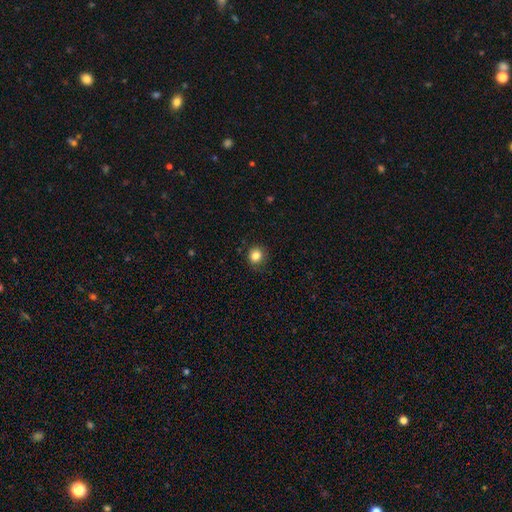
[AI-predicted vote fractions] A smooth galaxy with no disk features (83%) that is round (89%).

Vote fractions:
- Smooth or featured? smooth: 83% / star or artifact: 12% / featured or disk: 5%
- How rounded? round: 89% / in between: 10% / cigar-shaped: 1%
- Merging? none: 87% / minor disturbance: 10% / major disturbance: 2% / merger: 1%